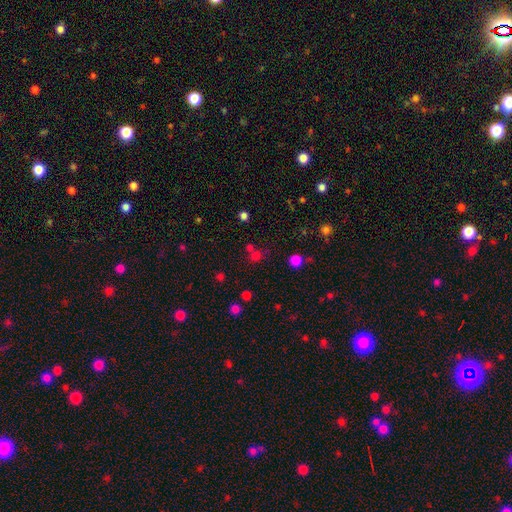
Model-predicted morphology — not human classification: smooth-or-featured: smooth: 60% | star or artifact: 33% | featured or disk: 8%
  how-rounded: round: 79% | in between: 19% | cigar-shaped: 1%
  merging: none: 61% | merger: 23% | minor disturbance: 10% | major disturbance: 5%